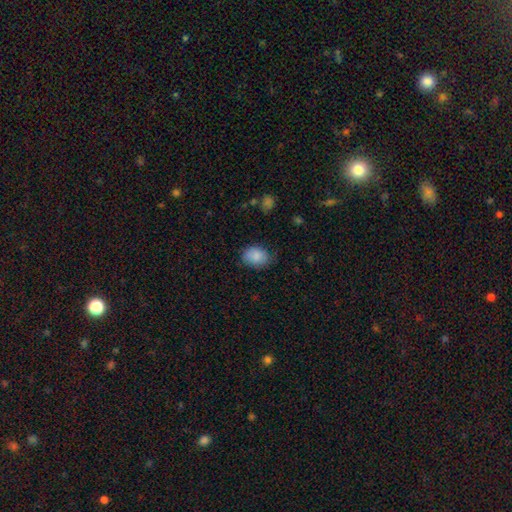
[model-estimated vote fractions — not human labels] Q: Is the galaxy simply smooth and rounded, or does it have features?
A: smooth — 87%.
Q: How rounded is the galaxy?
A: in between — 69%.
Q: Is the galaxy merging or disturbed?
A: none — 72%.